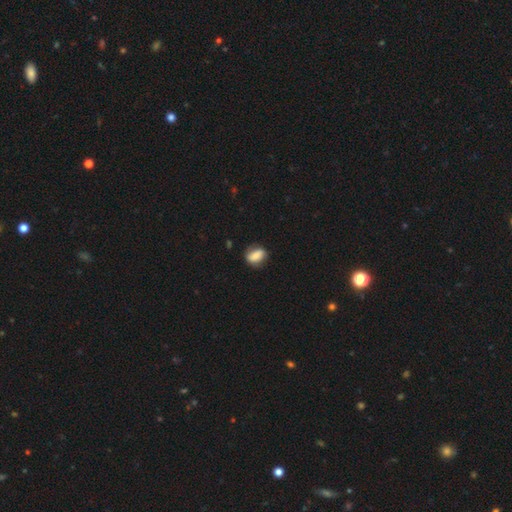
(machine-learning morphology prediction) This appears to be a smooth galaxy with no disk features (69%) that is in between round and cigar-shaped (69%). Merging: none (75%).